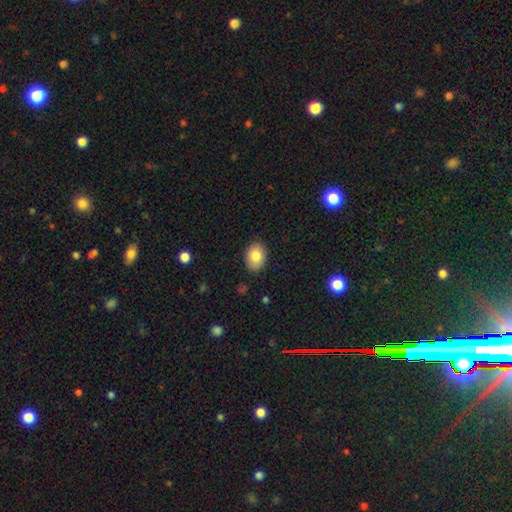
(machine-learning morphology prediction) This is clearly a smooth galaxy (83%). How rounded: likely in between (74%). Merging: clearly none (86%).